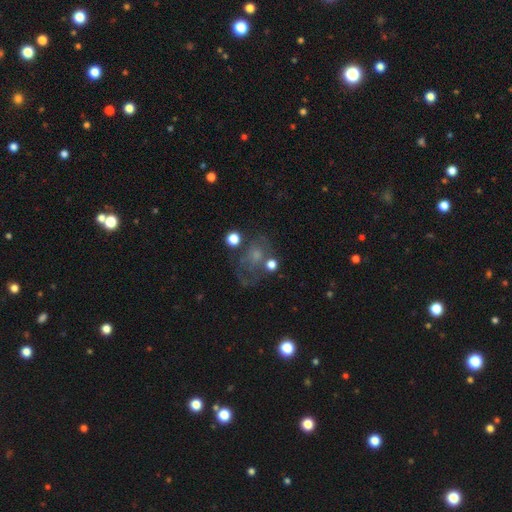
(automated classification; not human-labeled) Smooth or featured: featured or disk — 44% (smooth — 35%)
Merging: none — 46% (major disturbance — 26%)